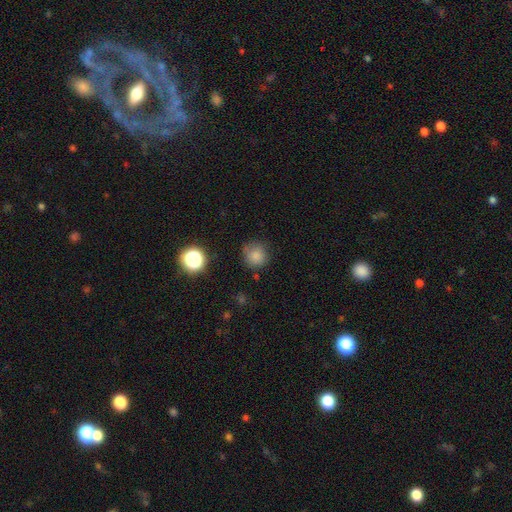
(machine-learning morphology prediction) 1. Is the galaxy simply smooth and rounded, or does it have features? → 81% smooth, 13% star or artifact, 6% featured or disk.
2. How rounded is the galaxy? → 90% round, 9% in between, 1% cigar-shaped.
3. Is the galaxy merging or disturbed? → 74% none, 19% minor disturbance, 5% major disturbance, 3% merger.